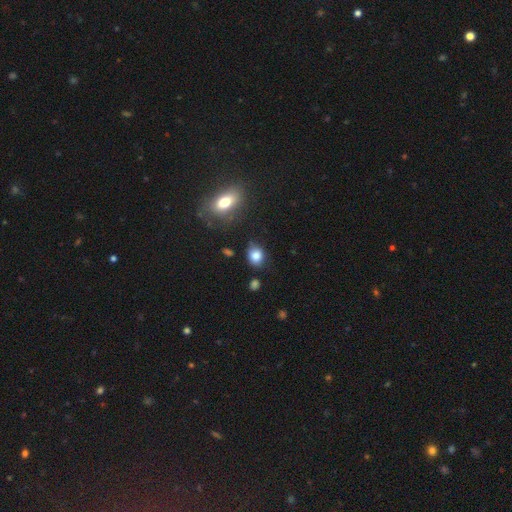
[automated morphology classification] type=smooth (83%); roundness=round (50%); merging=none (73%).